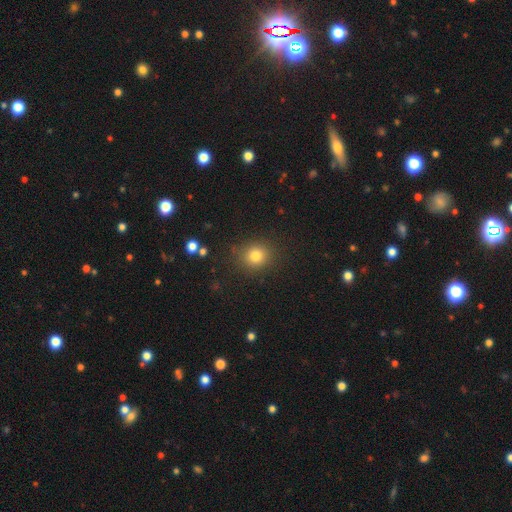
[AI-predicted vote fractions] smooth_or_featured: smooth (p=0.80) [alt: star or artifact p=0.13]
how_rounded: round (p=0.83) [alt: in between p=0.16]
merging: none (p=0.86) [alt: minor disturbance p=0.09]